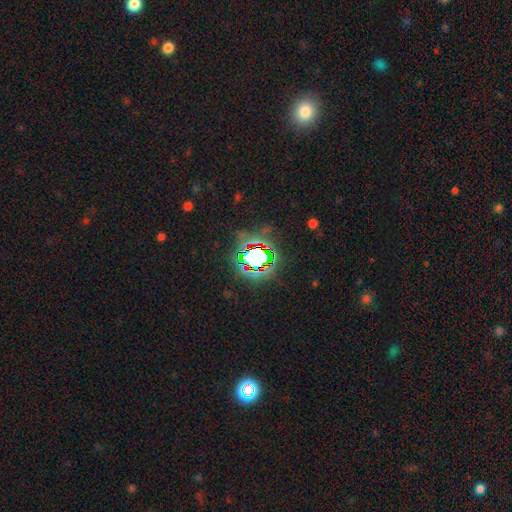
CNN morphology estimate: Smooth or featured? star or artifact (72%)